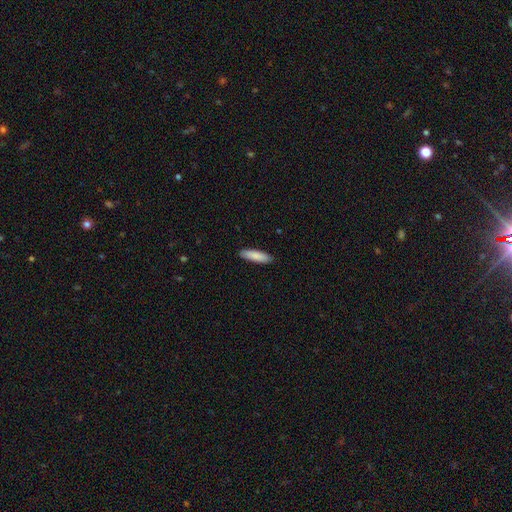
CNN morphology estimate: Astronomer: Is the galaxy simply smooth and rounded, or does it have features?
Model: smooth — 87%.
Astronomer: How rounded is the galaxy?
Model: cigar-shaped — 67%.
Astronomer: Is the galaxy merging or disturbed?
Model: none — 90%.